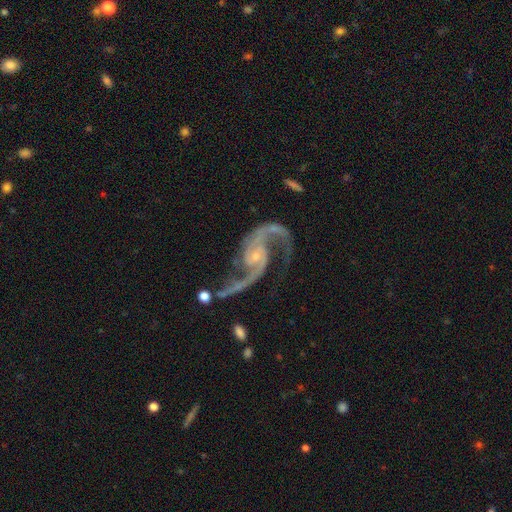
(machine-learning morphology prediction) Smooth or featured?
  - featured or disk: 93% *
  - star or artifact: 5%
  - smooth: 2%
Edge-on disk?
  - no: 98% *
  - yes: 2%
Bar?
  - no: 59% *
  - weak: 31%
  - strong: 11%
Spiral arms?
  - yes: 98% *
  - no: 2%
Spiral winding?
  - loose: 54% *
  - medium: 38%
  - tight: 8%
Spiral arm count?
  - 2: 93% *
  - 1: 2%
  - 3: 2%
  - can't tell: 1%
  - 4: 1%
  - more than 4: 1%
Bulge size?
  - small: 76% *
  - moderate: 17%
  - none: 5%
  - large: 1%
  - dominant: 1%
Merging?
  - none: 60% *
  - major disturbance: 17%
  - minor disturbance: 17%
  - merger: 6%